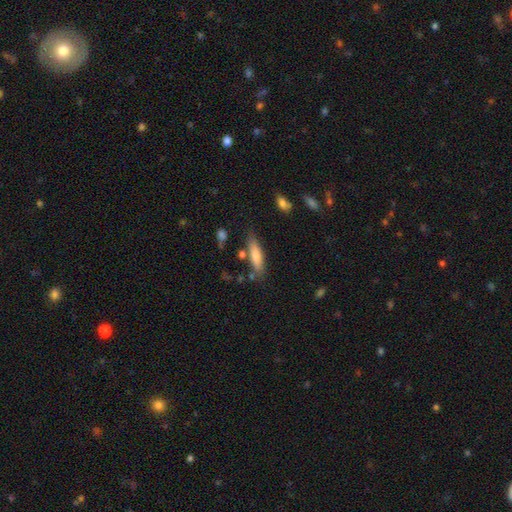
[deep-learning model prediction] Overall: smooth (74%). How rounded: cigar-shaped (64%; in between 34%). Merging: none (73%).